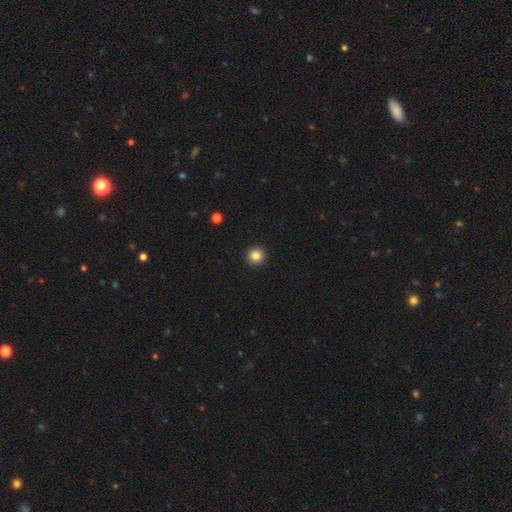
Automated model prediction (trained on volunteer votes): Smooth or featured?
  - smooth: 85% *
  - star or artifact: 11%
  - featured or disk: 4%
How rounded?
  - round: 94% *
  - in between: 5%
  - cigar-shaped: 1%
Merging?
  - none: 93% *
  - minor disturbance: 4%
  - major disturbance: 2%
  - merger: 1%